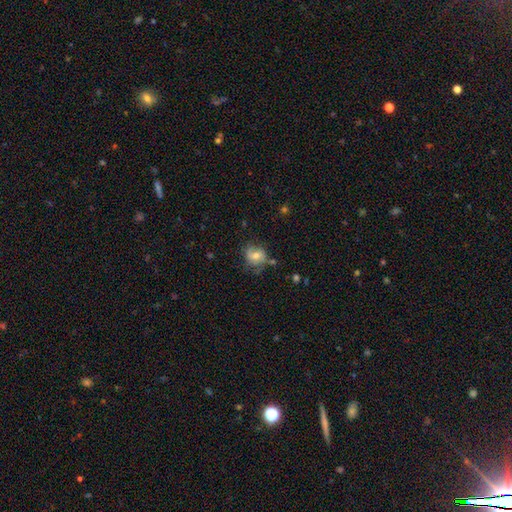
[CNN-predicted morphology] type=smooth (50%); merging=none (58%).